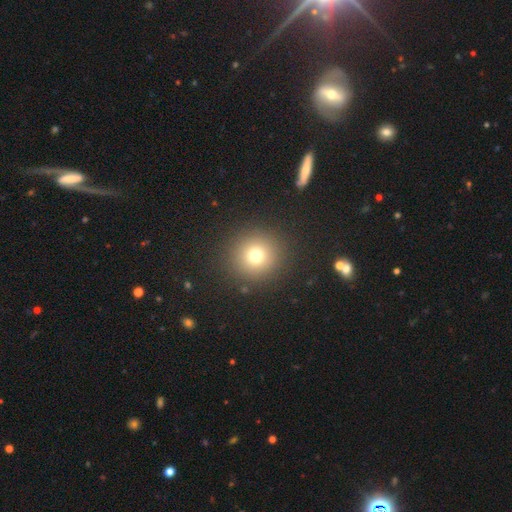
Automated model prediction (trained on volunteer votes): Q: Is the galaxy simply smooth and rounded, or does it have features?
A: smooth — 73%.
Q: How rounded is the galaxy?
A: round — 94%.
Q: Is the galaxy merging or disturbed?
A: none — 90%.